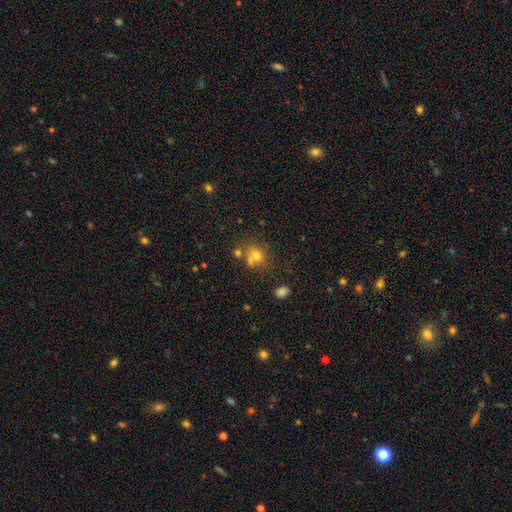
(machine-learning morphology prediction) smooth-or-featured: smooth: 69% | star or artifact: 17% | featured or disk: 15%
  how-rounded: round: 73% | in between: 26% | cigar-shaped: 1%
  merging: none: 53% | merger: 27% | minor disturbance: 13% | major disturbance: 6%